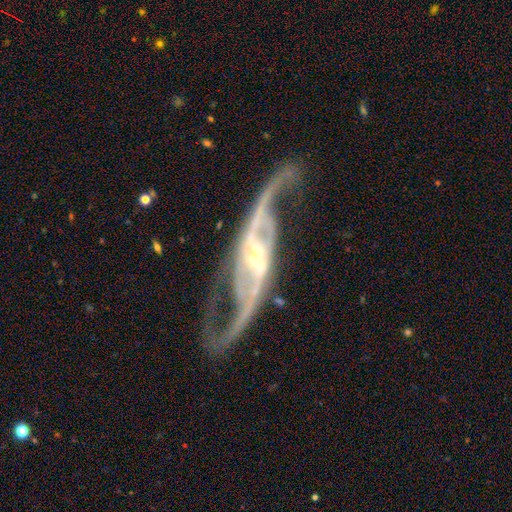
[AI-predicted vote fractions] smooth_or_featured: featured or disk (p=0.93) [alt: star or artifact p=0.04]
disk_edge_on: no (p=0.92) [alt: yes p=0.08]
bar: strong (p=0.50) [alt: weak p=0.33]
has_spiral_arms: yes (p=0.98) [alt: no p=0.02]
spiral_winding: loose (p=0.52) [alt: medium p=0.38]
spiral_arm_count: 2 (p=0.94) [alt: can't tell p=0.02]
bulge_size: small (p=0.61) [alt: moderate p=0.31]
merging: none (p=0.74) [alt: minor disturbance p=0.13]